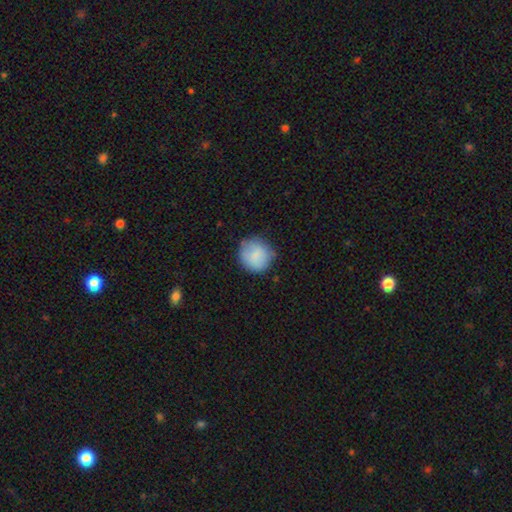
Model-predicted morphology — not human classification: The model was most divided on "merging": none: 76%, minor disturbance: 18%, major disturbance: 4%, merger: 2%. More confident: how rounded — round (92%); smooth or featured — smooth (83%).